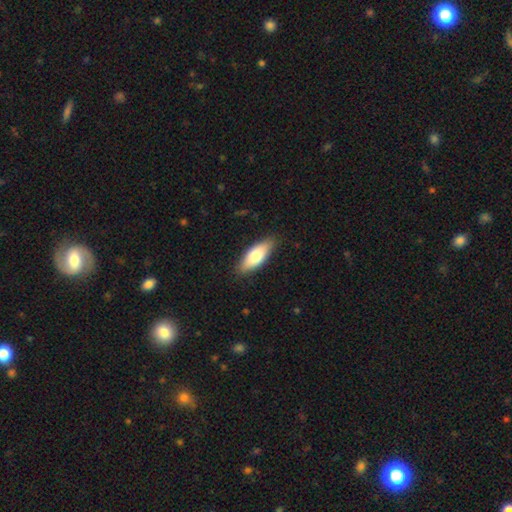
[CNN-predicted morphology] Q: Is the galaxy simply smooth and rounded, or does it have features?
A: smooth — 73%.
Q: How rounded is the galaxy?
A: in between — 74%.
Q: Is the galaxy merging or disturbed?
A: none — 86%.